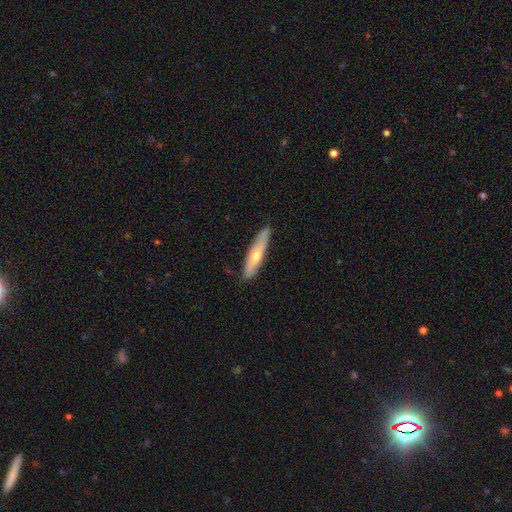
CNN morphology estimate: The model was most divided on "smooth or featured": smooth: 51%, featured or disk: 43%, star or artifact: 6%. More confident: merging — none (84%); how rounded — cigar-shaped (80%).